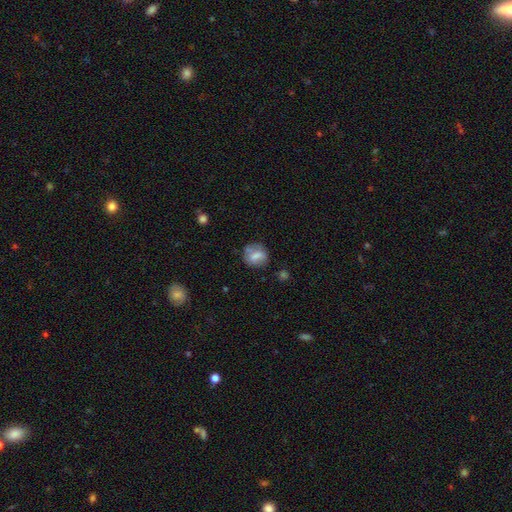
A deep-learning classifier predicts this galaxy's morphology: Smooth or featured?
  - smooth: 66% *
  - featured or disk: 25%
  - star or artifact: 9%
How rounded?
  - round: 63% *
  - in between: 35%
  - cigar-shaped: 2%
Merging?
  - none: 61% *
  - minor disturbance: 23%
  - major disturbance: 9%
  - merger: 7%